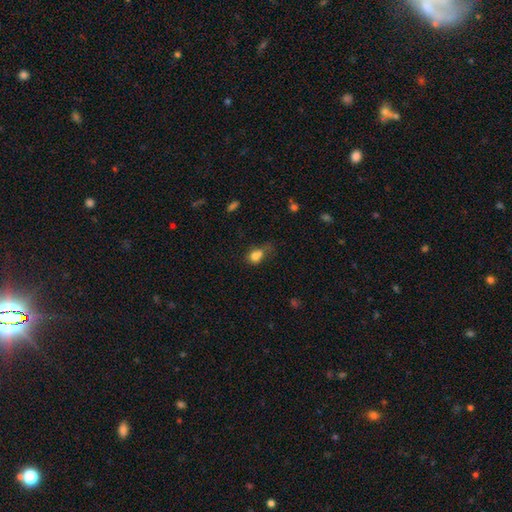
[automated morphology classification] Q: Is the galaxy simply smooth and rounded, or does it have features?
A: smooth — 79%.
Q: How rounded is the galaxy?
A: in between — 50%.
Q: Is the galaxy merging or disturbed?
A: none — 32%.